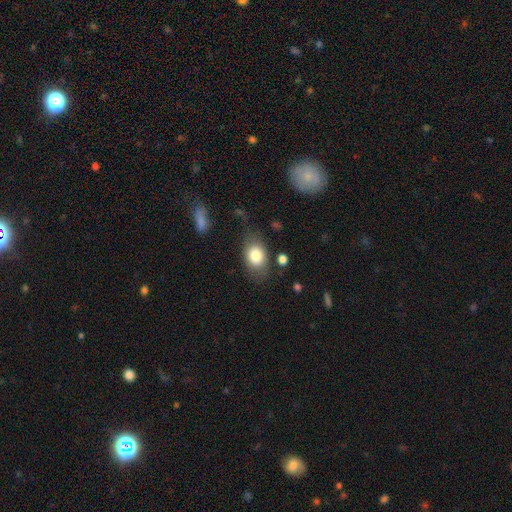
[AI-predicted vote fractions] smooth_or_featured: smooth (p=0.81) [alt: featured or disk p=0.11]
how_rounded: in between (p=0.76) [alt: round p=0.23]
merging: none (p=0.69) [alt: minor disturbance p=0.20]